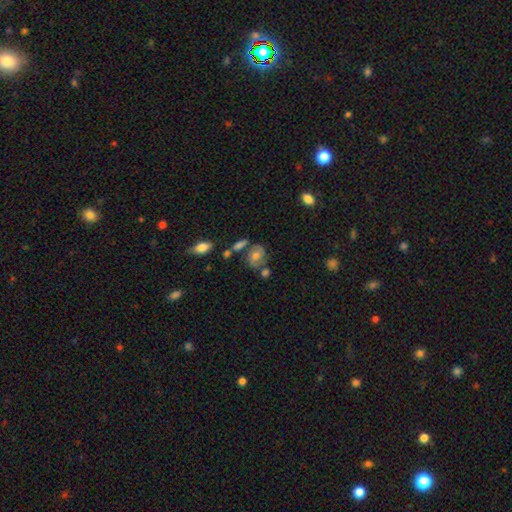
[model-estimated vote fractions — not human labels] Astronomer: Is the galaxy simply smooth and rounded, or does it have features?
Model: smooth — 45% (runner-up: featured or disk, 42%).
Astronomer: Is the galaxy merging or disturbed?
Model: none — 58%.